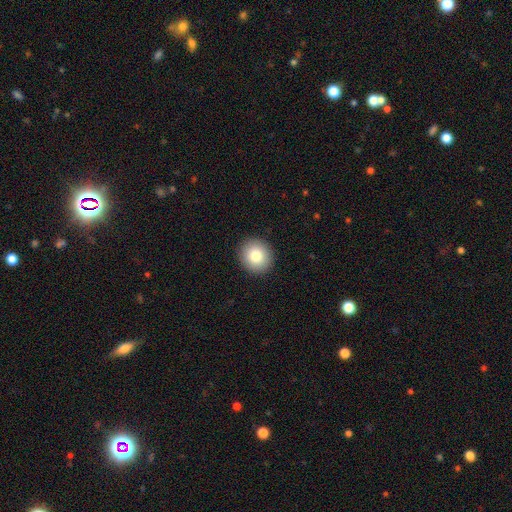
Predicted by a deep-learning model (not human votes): Overall: smooth (83%). How rounded: round (85%). Merging: none (92%).